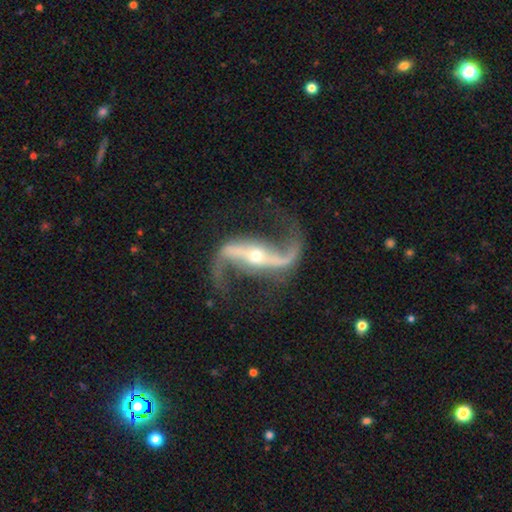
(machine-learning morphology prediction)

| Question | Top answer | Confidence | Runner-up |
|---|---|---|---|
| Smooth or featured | featured or disk | 93% | star or artifact (4%) |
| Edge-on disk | no | 95% | yes (5%) |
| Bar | strong | 62% | no (20%) |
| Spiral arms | yes | 98% | no (2%) |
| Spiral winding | loose | 77% | medium (18%) |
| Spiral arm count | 2 | 94% | 1 (2%) |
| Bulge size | small | 64% | moderate (32%) |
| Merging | none | 80% | minor disturbance (11%) |